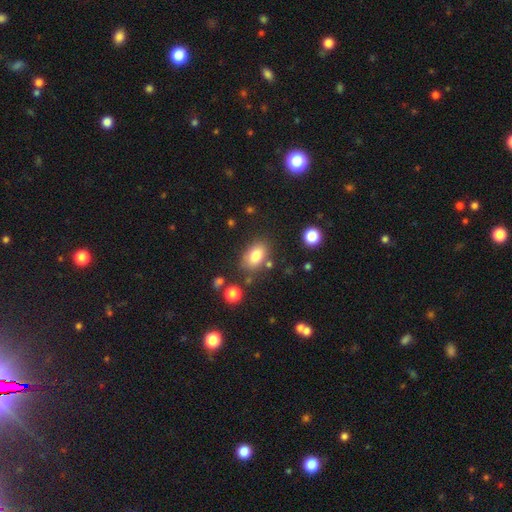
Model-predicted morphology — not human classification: Smooth or featured? smooth (81%)
How rounded? in between (85%)
Merging? none (76%)